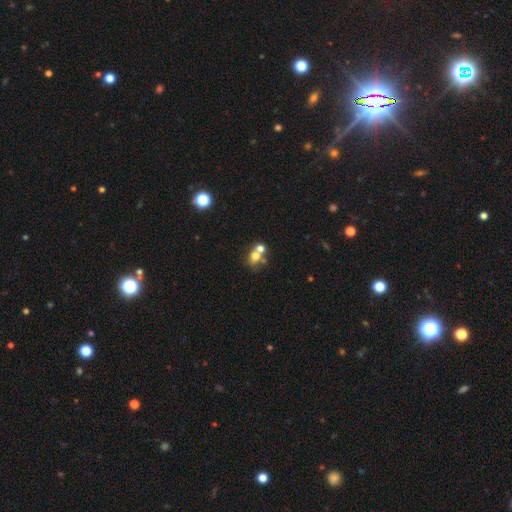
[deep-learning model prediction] This appears to be a smooth galaxy with no disk features (66%) that is round (56%). Merging: merger (53%).